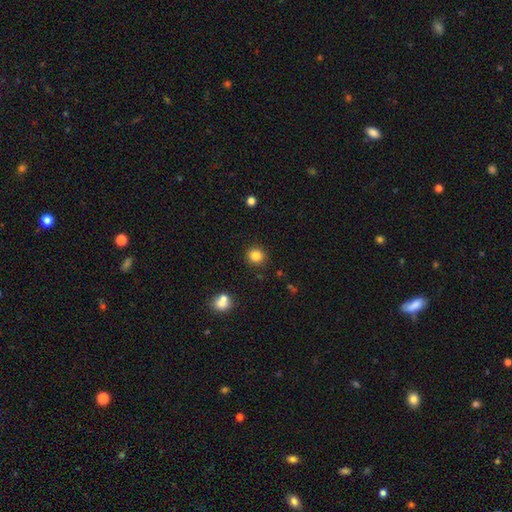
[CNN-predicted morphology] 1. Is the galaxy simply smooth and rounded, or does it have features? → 83% smooth, 11% star or artifact, 5% featured or disk.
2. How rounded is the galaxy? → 91% round, 8% in between, 1% cigar-shaped.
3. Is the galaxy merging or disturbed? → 89% none, 6% minor disturbance, 2% merger, 2% major disturbance.